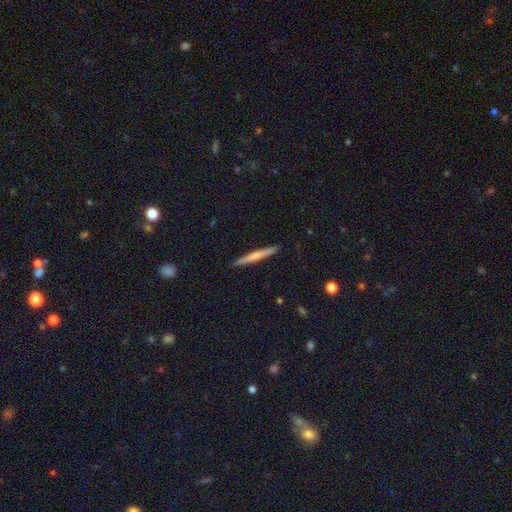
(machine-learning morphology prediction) Overall: smooth (47%; featured or disk 46%). Merging: none (92%).